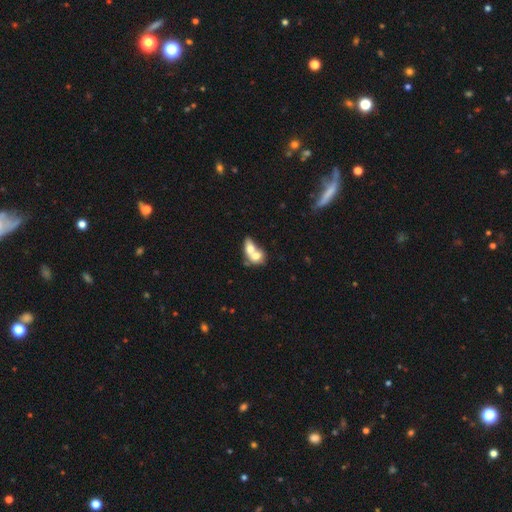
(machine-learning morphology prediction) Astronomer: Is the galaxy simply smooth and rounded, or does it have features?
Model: smooth — 66%.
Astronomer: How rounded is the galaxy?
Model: in between — 66%.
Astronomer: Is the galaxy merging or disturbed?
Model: merger — 77%.